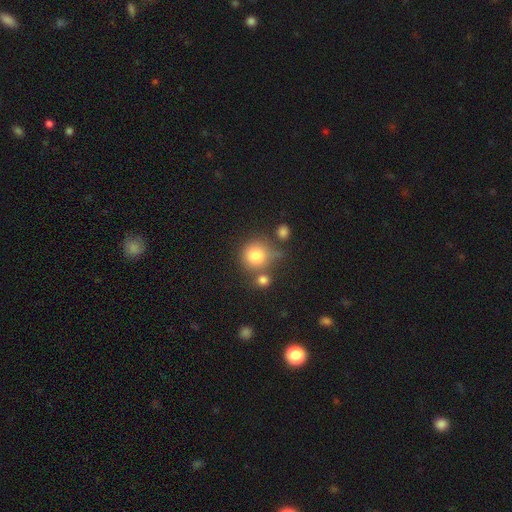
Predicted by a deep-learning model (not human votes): Q: Smooth or featured?
A: smooth (81%); runner-up: star or artifact (11%)
Q: How rounded?
A: round (89%); runner-up: in between (10%)
Q: Merging?
A: none (58%); runner-up: merger (21%)